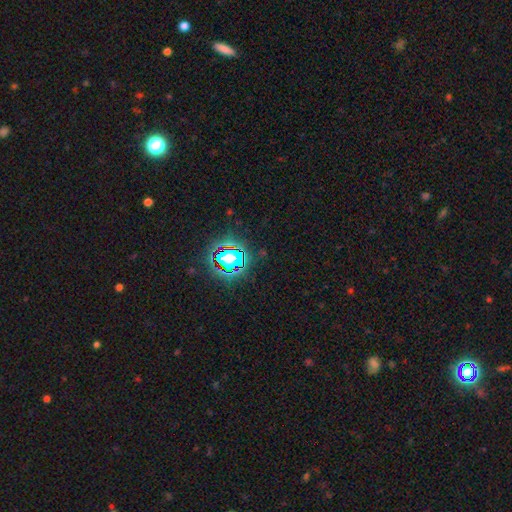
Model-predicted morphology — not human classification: smooth_or_featured: star or artifact (p=0.78) [alt: smooth p=0.13]